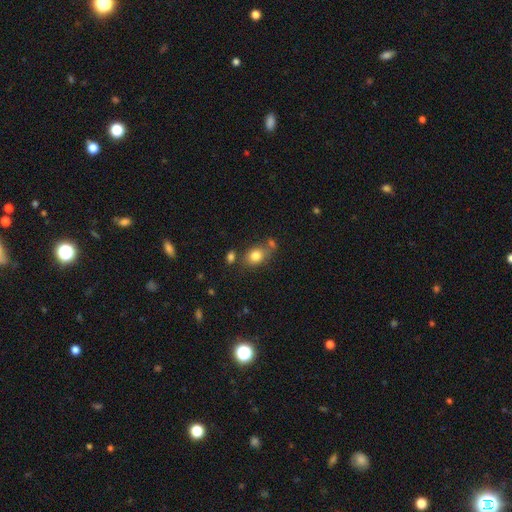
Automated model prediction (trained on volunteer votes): Smooth or featured? smooth (80%)
How rounded? in between (58%)
Merging? none (60%)